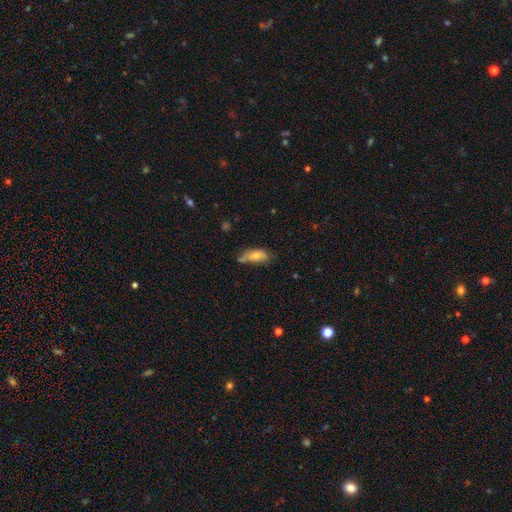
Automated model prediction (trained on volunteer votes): Smooth or featured?
  - smooth: 71% *
  - featured or disk: 21%
  - star or artifact: 8%
How rounded?
  - in between: 80% *
  - cigar-shaped: 17%
  - round: 3%
Merging?
  - none: 44% *
  - minor disturbance: 34%
  - major disturbance: 11%
  - merger: 10%